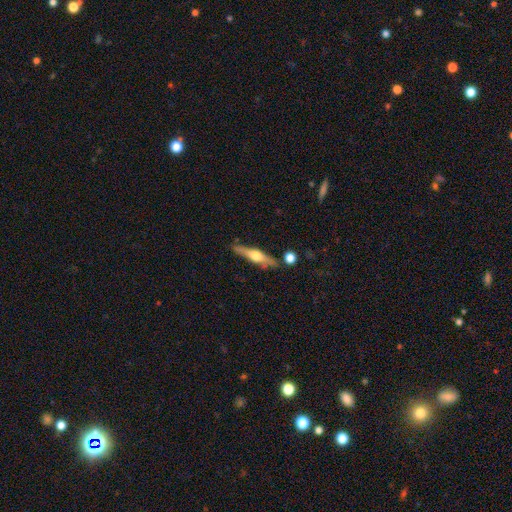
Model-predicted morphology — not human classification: A featured or disk galaxy (61%) viewed edge-on (94%) with a rounded central bulge (89%). Merging: none (76%).